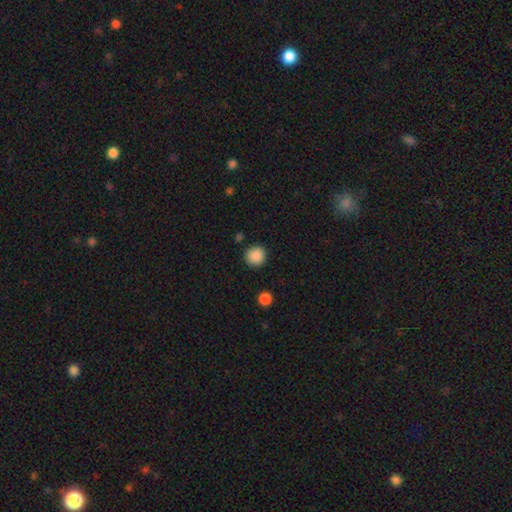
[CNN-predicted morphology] smooth_or_featured: smooth (p=0.89) [alt: star or artifact p=0.09]
how_rounded: round (p=0.94) [alt: in between p=0.05]
merging: none (p=0.90) [alt: minor disturbance p=0.06]